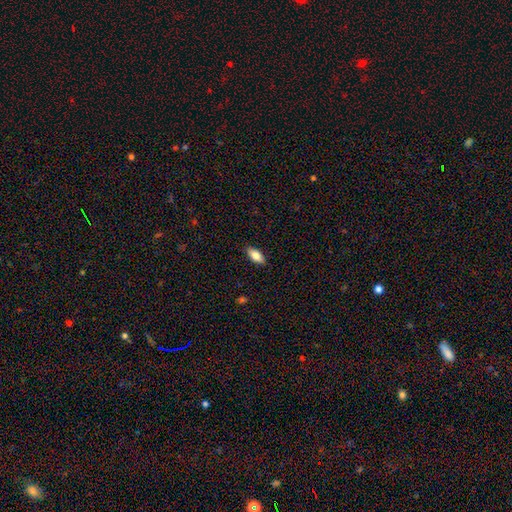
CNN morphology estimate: smooth-or-featured: smooth: 83% | featured or disk: 11% | star or artifact: 7%
  how-rounded: in between: 85% | cigar-shaped: 13% | round: 2%
  merging: none: 89% | minor disturbance: 9% | major disturbance: 2% | merger: 1%